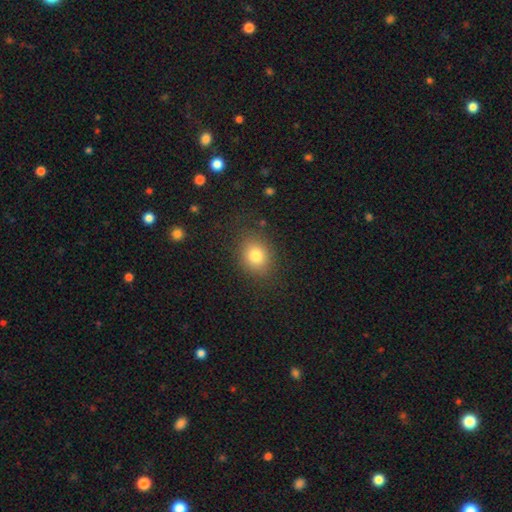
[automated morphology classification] This is likely a smooth galaxy (80%). How rounded: possibly round (57%). Merging: clearly none (82%).